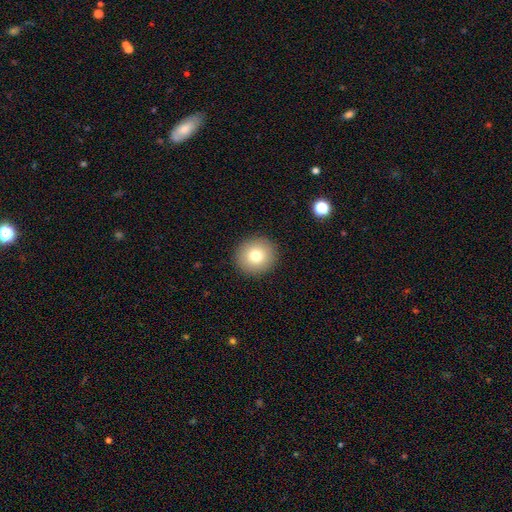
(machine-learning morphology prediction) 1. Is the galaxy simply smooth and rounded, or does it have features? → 77% smooth, 12% featured or disk, 11% star or artifact.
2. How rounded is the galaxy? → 93% round, 6% in between, 1% cigar-shaped.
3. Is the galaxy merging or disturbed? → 92% none, 5% minor disturbance, 2% major disturbance, 1% merger.